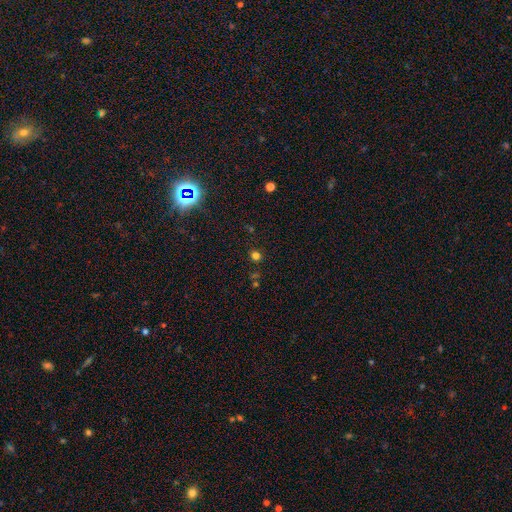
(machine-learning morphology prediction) smooth_or_featured: smooth (p=0.71) [alt: star or artifact p=0.24]
how_rounded: round (p=0.88) [alt: in between p=0.11]
merging: none (p=0.86) [alt: minor disturbance p=0.07]